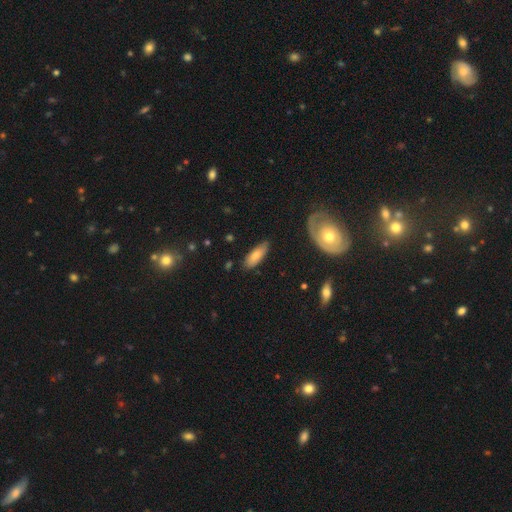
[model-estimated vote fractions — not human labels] Q: Smooth or featured?
A: smooth (73%); runner-up: featured or disk (20%)
Q: How rounded?
A: in between (69%); runner-up: cigar-shaped (29%)
Q: Merging?
A: none (76%); runner-up: minor disturbance (19%)